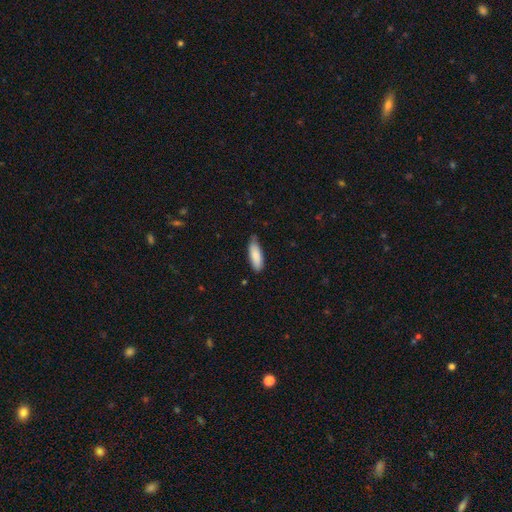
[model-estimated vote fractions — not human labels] This is clearly a smooth galaxy (86%). How rounded: likely in between (61%). Merging: likely none (70%).